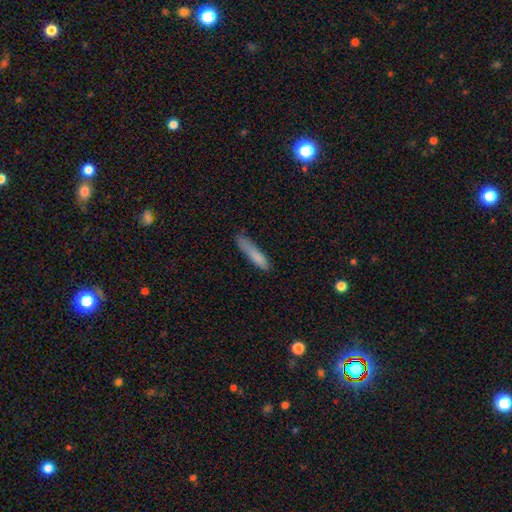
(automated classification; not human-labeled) Smooth or featured: smooth — 80% (featured or disk — 12%)
How rounded: cigar-shaped — 87% (in between — 12%)
Merging: none — 61% (minor disturbance — 26%)